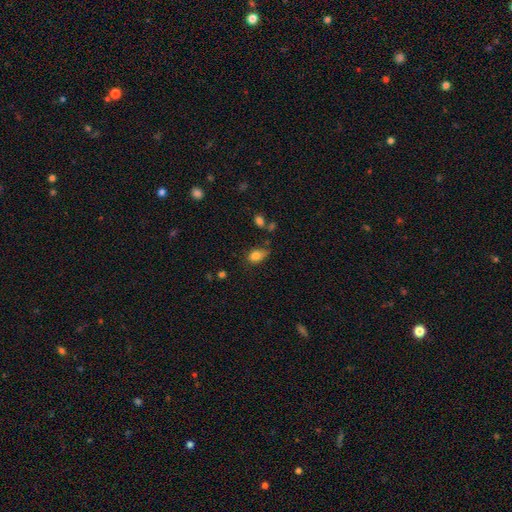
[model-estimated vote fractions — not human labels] Q: Smooth or featured?
A: smooth (81%); runner-up: star or artifact (10%)
Q: How rounded?
A: in between (78%); runner-up: round (19%)
Q: Merging?
A: none (51%); runner-up: minor disturbance (33%)